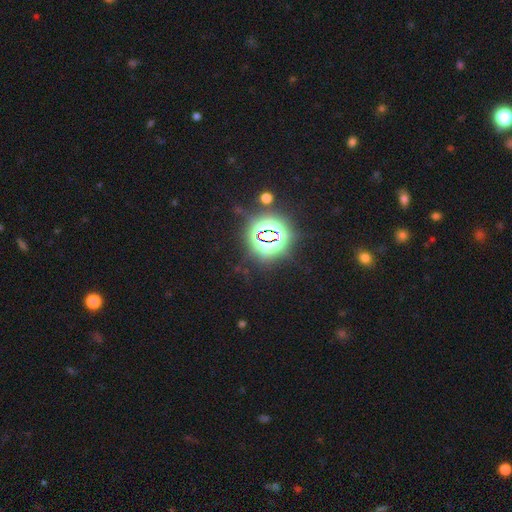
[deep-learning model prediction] Smooth or featured? star or artifact (80%)